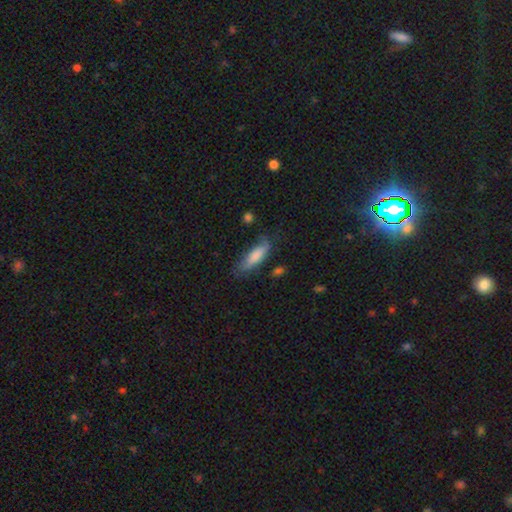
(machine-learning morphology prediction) The model was most divided on "how rounded": in between: 51%, cigar-shaped: 47%, round: 2%. More confident: smooth or featured — smooth (76%); merging — none (56%).